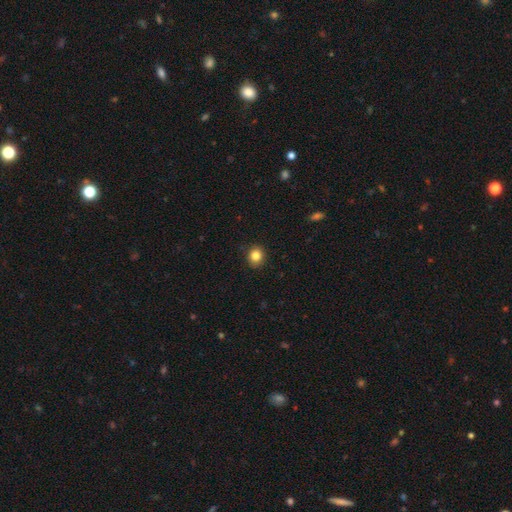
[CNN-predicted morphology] type=smooth (84%); roundness=round (81%); merging=none (89%).